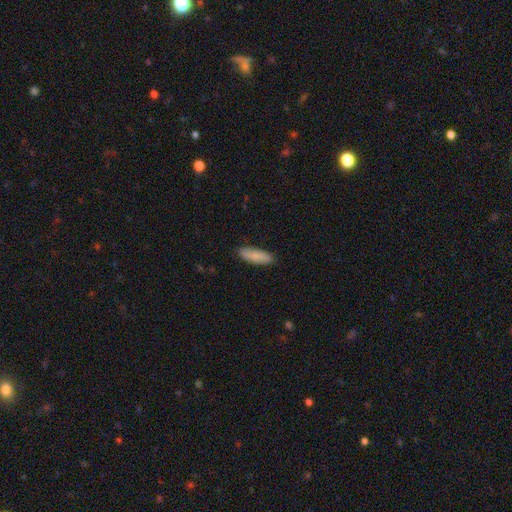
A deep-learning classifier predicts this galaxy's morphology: The model was most divided on "how rounded": in between: 52%, cigar-shaped: 46%, round: 2%. More confident: merging — none (87%); smooth or featured — smooth (85%).